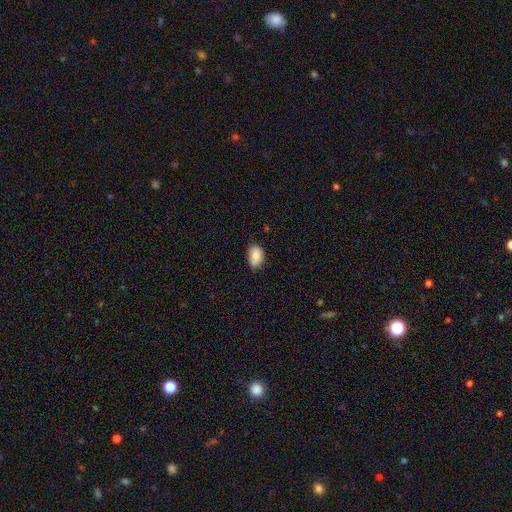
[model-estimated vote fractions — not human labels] A smooth galaxy with no disk features (87%) that is in between round and cigar-shaped (87%). Merging: none (72%).